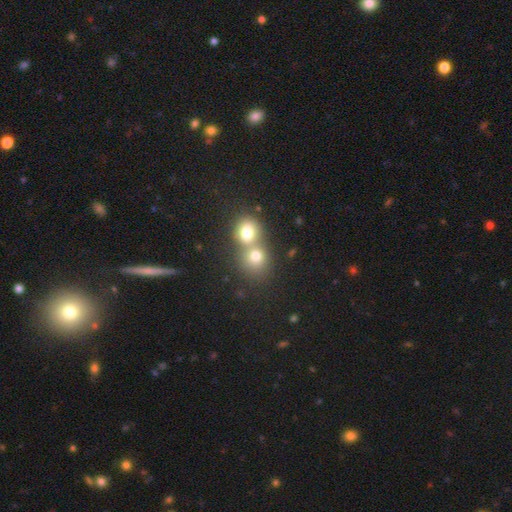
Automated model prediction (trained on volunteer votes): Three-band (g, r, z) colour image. It shows a smooth galaxy with no disk features (74%) that is round (77%). Merging: merger (58%).